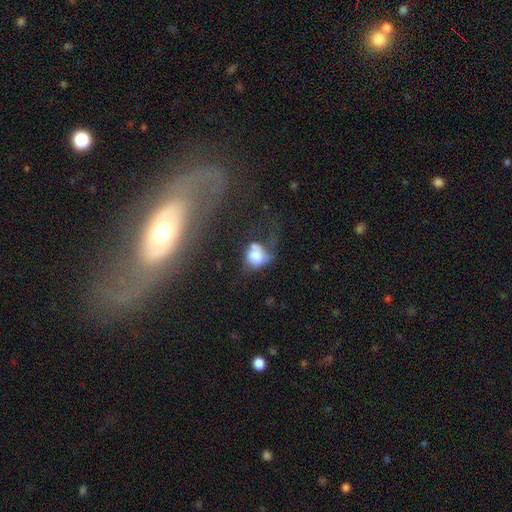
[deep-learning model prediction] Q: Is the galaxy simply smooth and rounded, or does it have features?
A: smooth — 66%.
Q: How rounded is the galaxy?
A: round — 61%.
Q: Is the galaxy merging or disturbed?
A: major disturbance — 32%.